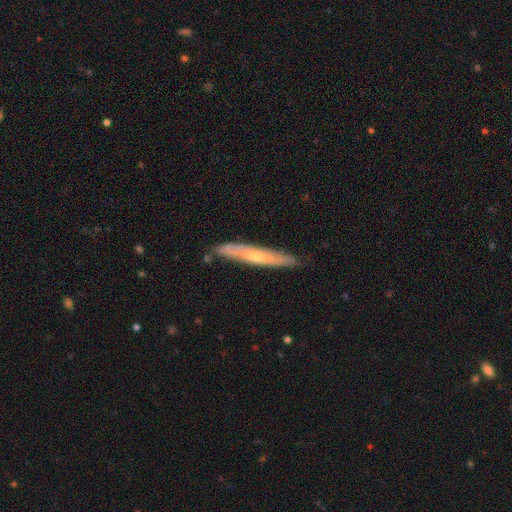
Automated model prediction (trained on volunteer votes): A featured or disk galaxy (56%) viewed edge-on (81%).

Vote fractions:
- Smooth or featured? featured or disk: 56% / smooth: 38% / star or artifact: 6%
- Edge-on disk? yes: 81% / no: 19%
- Merging? none: 82% / minor disturbance: 14% / major disturbance: 2% / merger: 2%